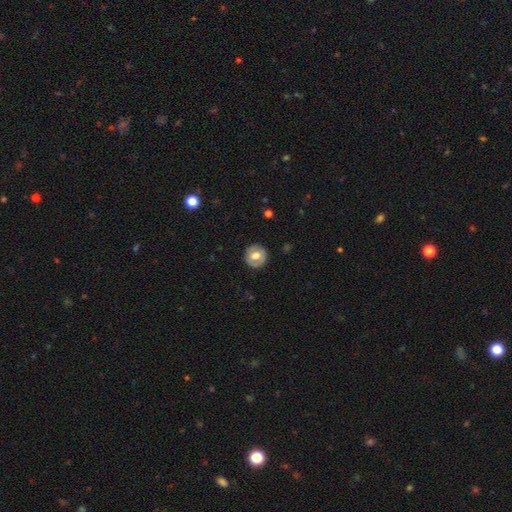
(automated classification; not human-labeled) This appears to be a smooth galaxy with no disk features (58%) that is round (88%). Merging: none (86%).